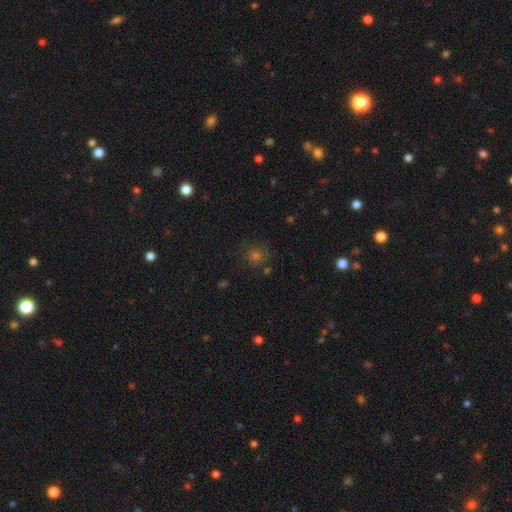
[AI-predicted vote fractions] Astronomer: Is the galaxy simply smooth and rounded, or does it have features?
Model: smooth — 58%.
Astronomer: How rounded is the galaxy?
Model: round — 92%.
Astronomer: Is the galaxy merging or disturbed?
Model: none — 82%.